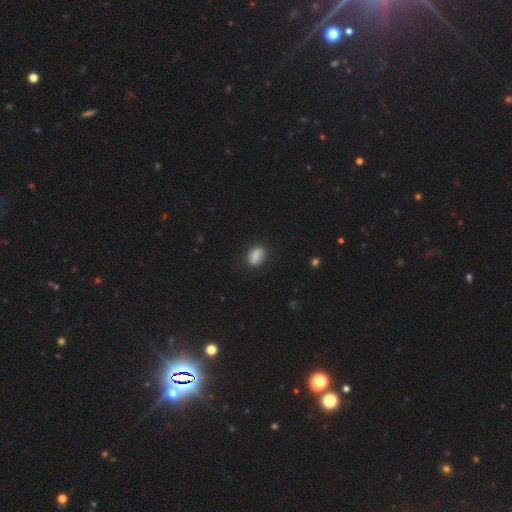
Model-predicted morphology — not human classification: Smooth or featured? smooth (82%)
How rounded? in between (76%)
Merging? none (81%)